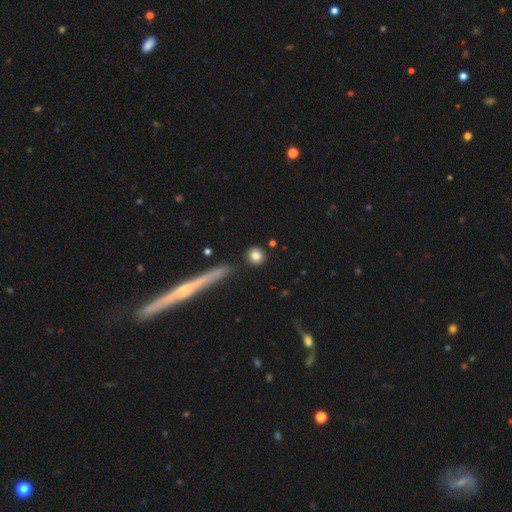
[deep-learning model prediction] Overall: smooth (82%). How rounded: round (85%). Merging: none (86%).